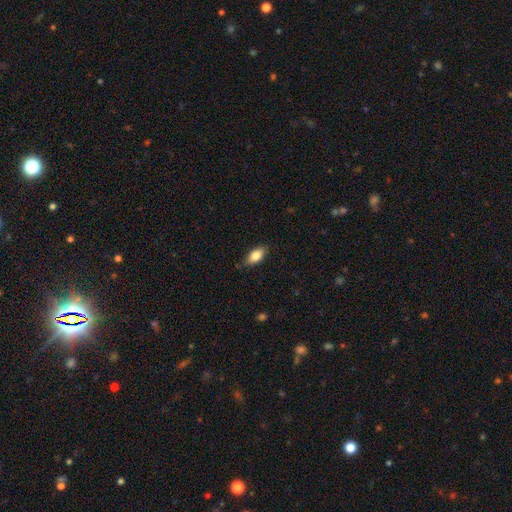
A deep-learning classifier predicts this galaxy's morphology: smooth_or_featured: smooth (p=0.82) [alt: featured or disk p=0.11]
how_rounded: in between (p=0.88) [alt: cigar-shaped p=0.08]
merging: none (p=0.81) [alt: minor disturbance p=0.15]